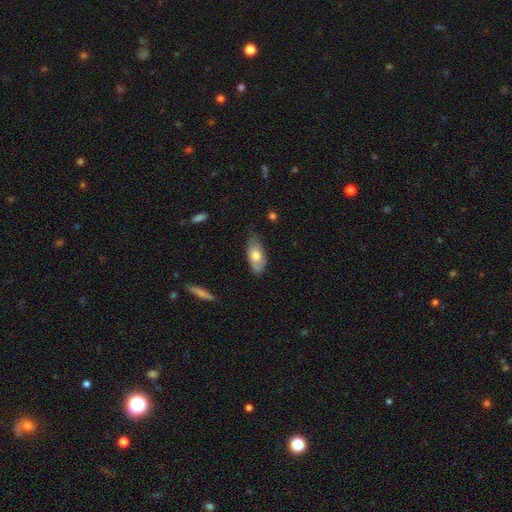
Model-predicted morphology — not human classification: smooth-or-featured: smooth: 73% | featured or disk: 21% | star or artifact: 6%
  how-rounded: in between: 88% | cigar-shaped: 10% | round: 3%
  merging: none: 68% | minor disturbance: 26% | major disturbance: 4% | merger: 2%